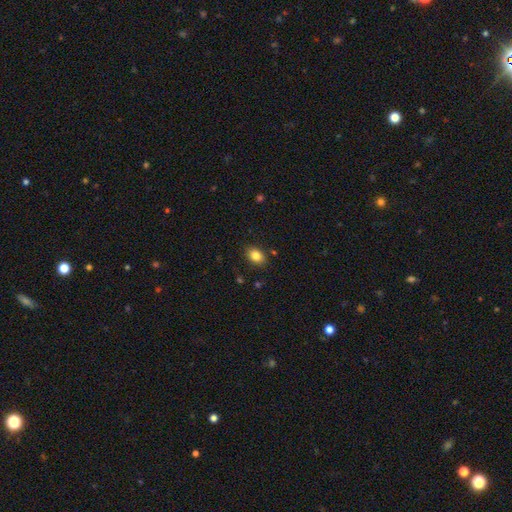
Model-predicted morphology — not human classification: smooth_or_featured: smooth (p=0.85) [alt: star or artifact p=0.09]
how_rounded: in between (p=0.75) [alt: round p=0.24]
merging: none (p=0.87) [alt: minor disturbance p=0.09]